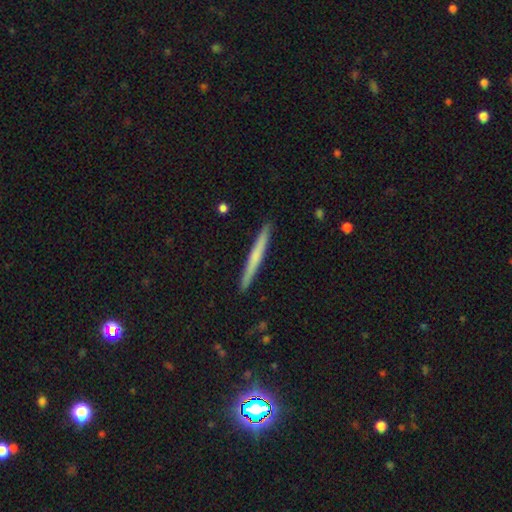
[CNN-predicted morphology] Smooth or featured? smooth (53%)
How rounded? cigar-shaped (97%)
Merging? none (92%)